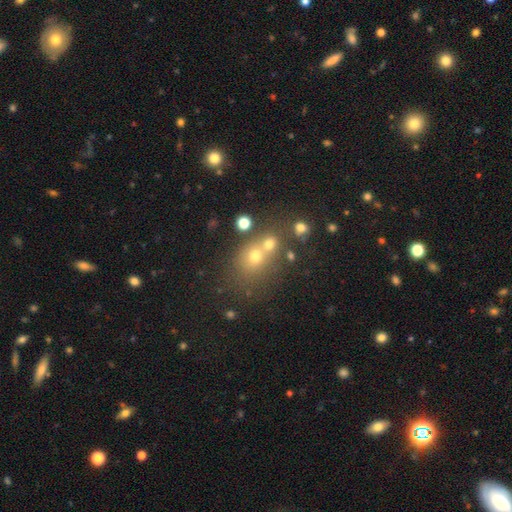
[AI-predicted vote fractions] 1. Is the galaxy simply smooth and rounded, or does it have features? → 60% smooth, 22% star or artifact, 18% featured or disk.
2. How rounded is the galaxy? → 61% round, 38% in between, 1% cigar-shaped.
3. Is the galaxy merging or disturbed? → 43% merger, 42% none, 10% minor disturbance, 6% major disturbance.